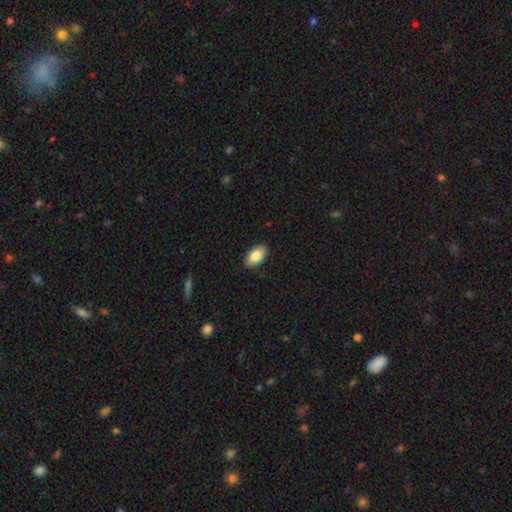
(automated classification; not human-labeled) Smooth or featured? smooth (84%)
How rounded? in between (93%)
Merging? none (89%)